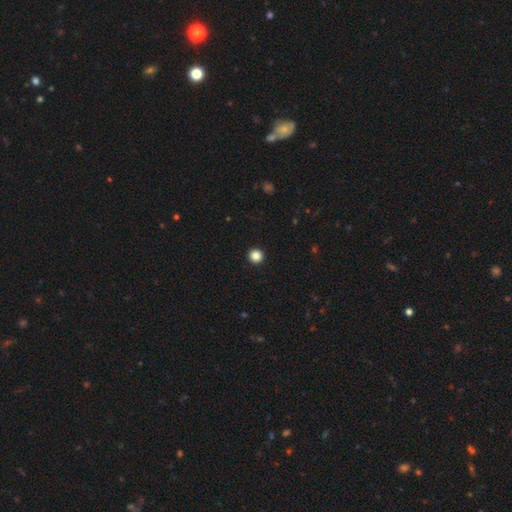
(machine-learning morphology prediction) Overall: smooth (86%). How rounded: round (96%). Merging: none (94%).